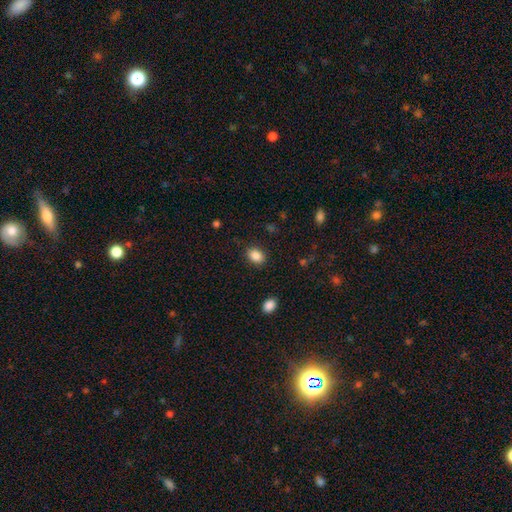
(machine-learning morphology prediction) This appears to be a smooth galaxy with no disk features (87%) that is in between round and cigar-shaped (74%). Merging: none (86%).